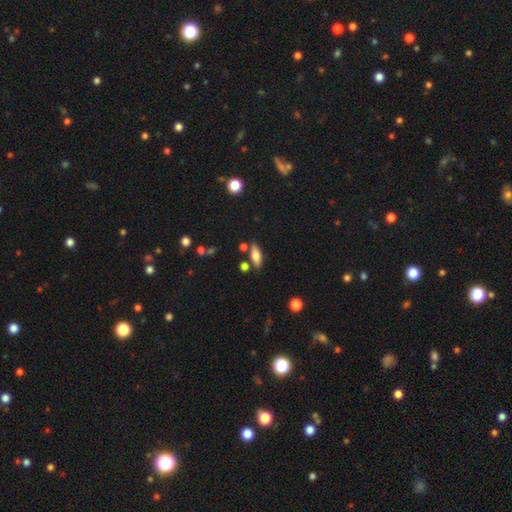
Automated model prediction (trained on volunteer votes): Q: Smooth or featured?
A: smooth (61%); runner-up: featured or disk (31%)
Q: How rounded?
A: in between (65%); runner-up: cigar-shaped (32%)
Q: Merging?
A: none (78%); runner-up: minor disturbance (11%)